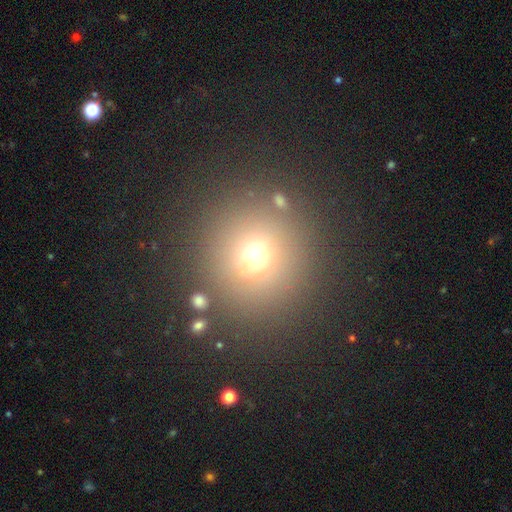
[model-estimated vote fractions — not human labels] A smooth galaxy with no disk features (67%) that is round (93%). Merging: none (83%).